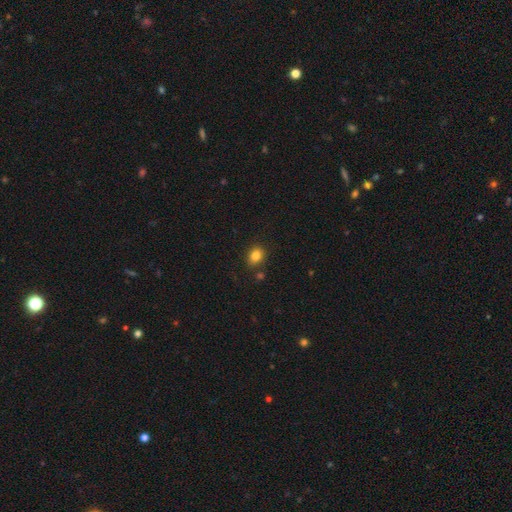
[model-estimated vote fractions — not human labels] A smooth galaxy with no disk features (83%) that is round (56%). Merging: none (83%).